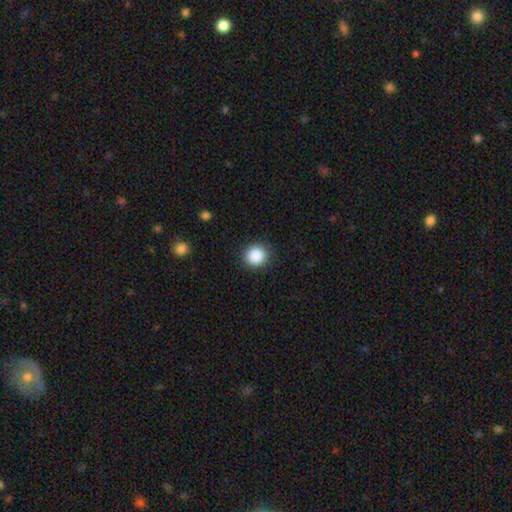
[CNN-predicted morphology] This is clearly a smooth galaxy (88%). How rounded: clearly round (90%). Merging: clearly none (90%).